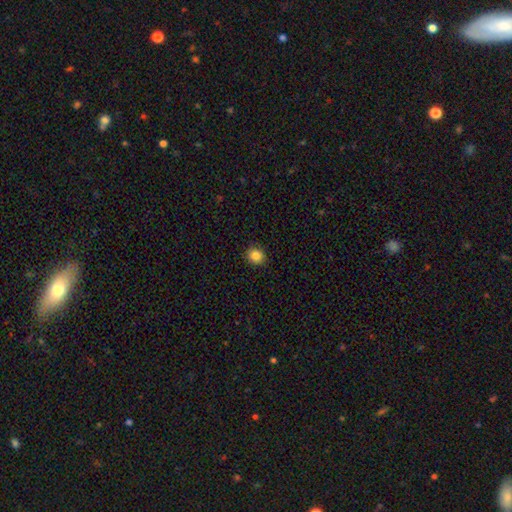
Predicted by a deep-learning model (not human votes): Smooth or featured? Predicted: smooth (p=0.84). How rounded? Predicted: round (p=0.75). Merging? Predicted: none (p=0.90).